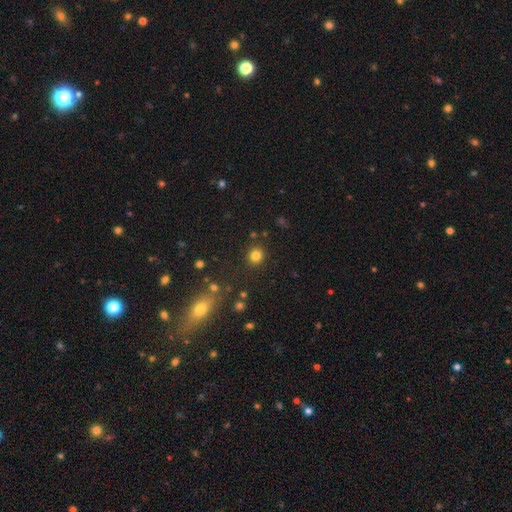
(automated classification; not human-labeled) Overall: smooth (82%). How rounded: round (88%). Merging: none (88%).